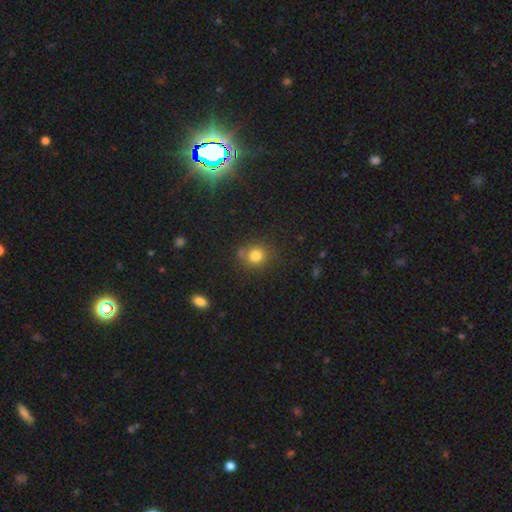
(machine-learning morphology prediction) type=smooth (79%); roundness=round (83%); merging=none (72%).